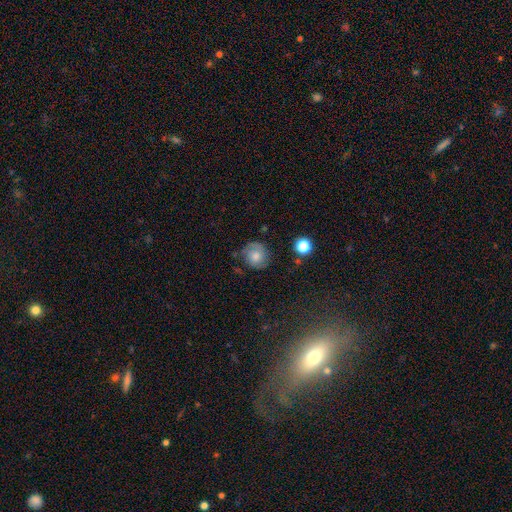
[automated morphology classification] Overall: smooth (54%; featured or disk 36%). How rounded: round (86%). Merging: none (71%).